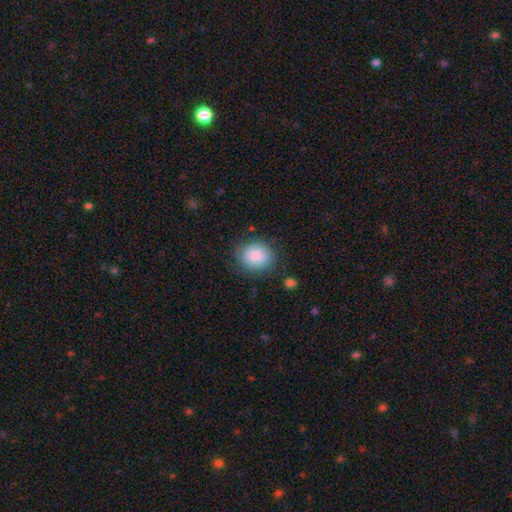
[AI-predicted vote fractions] This is clearly a smooth galaxy (87%). How rounded: likely round (60%). Merging: likely none (80%).